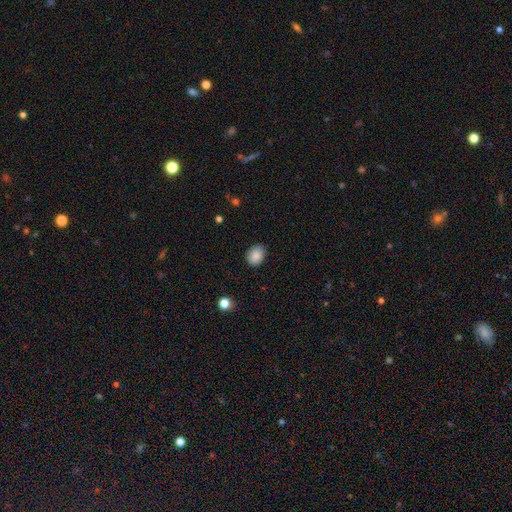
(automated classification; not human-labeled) The model was most divided on "how rounded": in between: 56%, round: 43%, cigar-shaped: 1%. More confident: smooth or featured — smooth (87%); merging — none (84%).